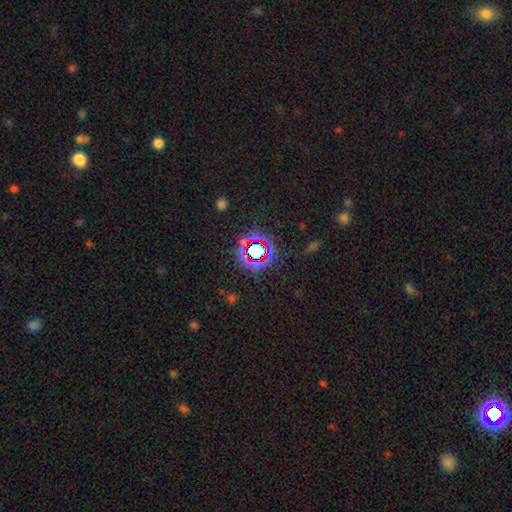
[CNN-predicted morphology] This appears to be a star or artifact, not a galaxy (72%).